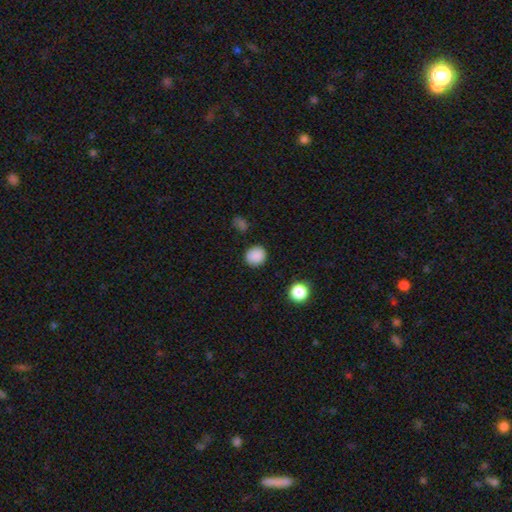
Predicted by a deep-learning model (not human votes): Overall: smooth (88%). How rounded: round (89%). Merging: none (90%).